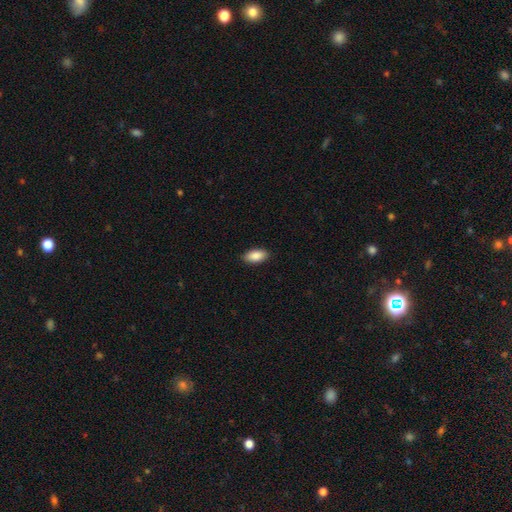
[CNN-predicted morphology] smooth-or-featured: smooth: 89% | star or artifact: 6% | featured or disk: 5%
  how-rounded: in between: 93% | cigar-shaped: 5% | round: 3%
  merging: none: 89% | minor disturbance: 8% | major disturbance: 2% | merger: 1%